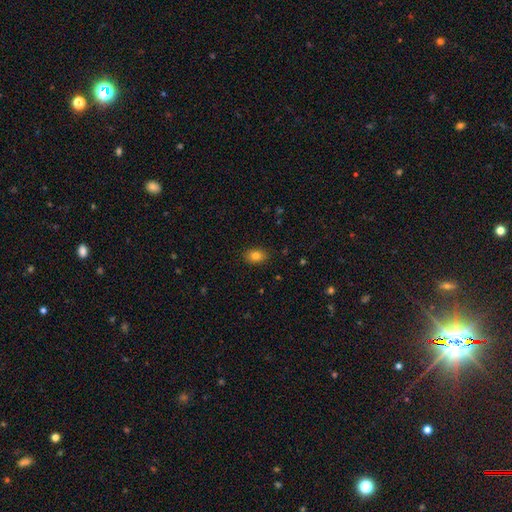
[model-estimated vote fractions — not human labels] Q: Smooth or featured?
A: smooth (82%); runner-up: star or artifact (10%)
Q: How rounded?
A: in between (77%); runner-up: round (22%)
Q: Merging?
A: none (88%); runner-up: minor disturbance (9%)